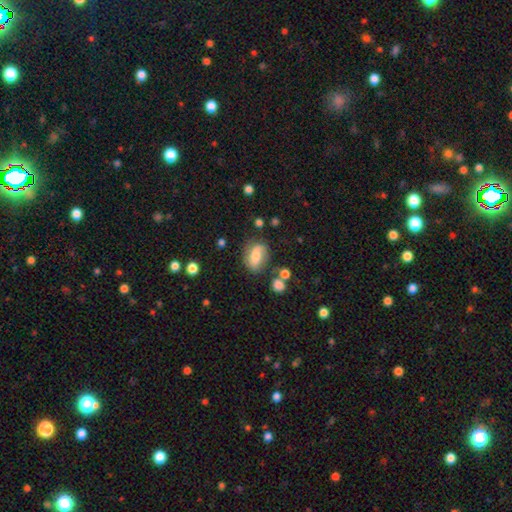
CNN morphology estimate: type=smooth (55%); roundness=in between (79%); merging=none (63%).